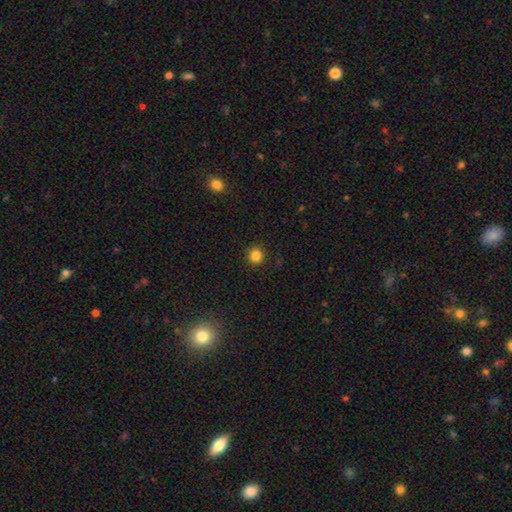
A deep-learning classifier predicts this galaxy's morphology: Smooth or featured?
  - smooth: 84% *
  - star or artifact: 12%
  - featured or disk: 4%
How rounded?
  - round: 94% *
  - in between: 5%
  - cigar-shaped: 1%
Merging?
  - none: 92% *
  - minor disturbance: 5%
  - major disturbance: 2%
  - merger: 1%